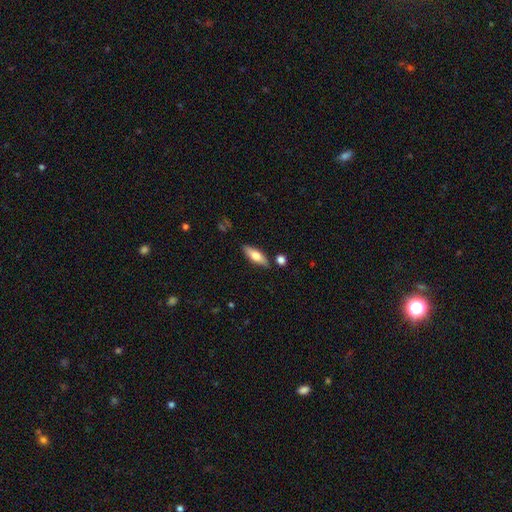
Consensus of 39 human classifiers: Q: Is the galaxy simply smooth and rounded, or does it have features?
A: smooth — 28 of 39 (72%).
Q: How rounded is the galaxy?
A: cigar-shaped — 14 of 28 (50%).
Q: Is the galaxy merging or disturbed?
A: none — 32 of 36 (89%).